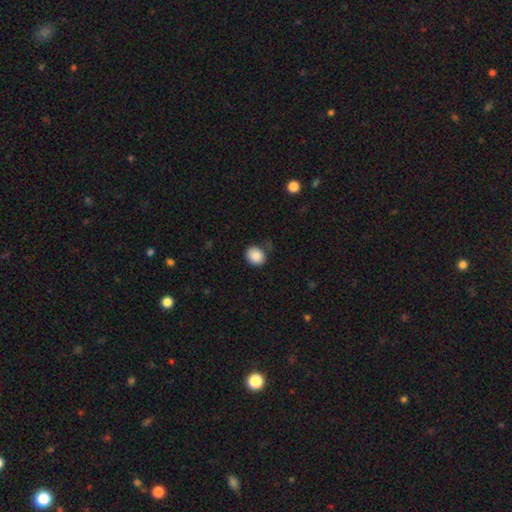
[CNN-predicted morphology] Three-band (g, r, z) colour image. It shows a smooth galaxy with no disk features (87%) that is round (71%). Merging: none (77%).